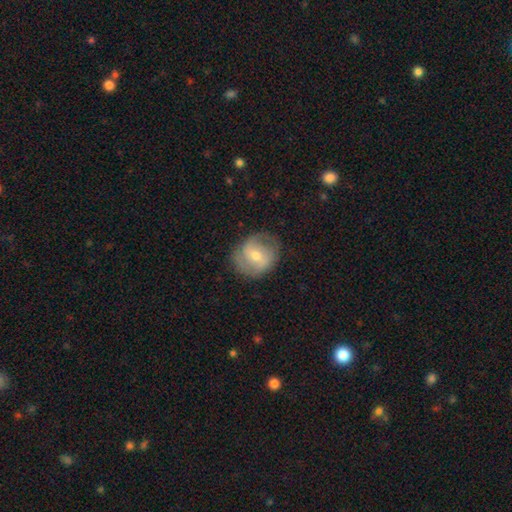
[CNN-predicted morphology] Overall: featured or disk (59%; smooth 34%). Edge-on disk: no (96%). Bar: weak (47%; no 33%). Spiral arms: yes (78%). Bulge size: moderate (51%; small 44%). Merging: none (72%).